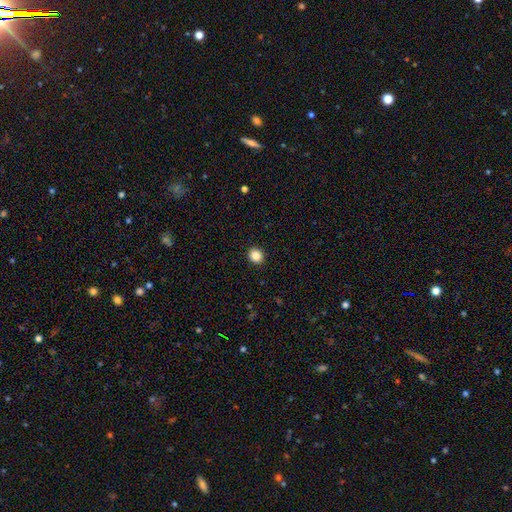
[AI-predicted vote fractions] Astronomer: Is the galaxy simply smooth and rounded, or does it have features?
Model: smooth — 87%.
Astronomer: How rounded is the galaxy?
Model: round — 77%.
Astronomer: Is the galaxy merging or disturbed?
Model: none — 92%.